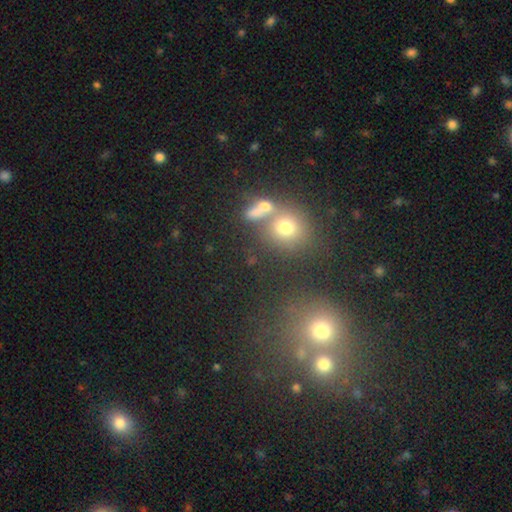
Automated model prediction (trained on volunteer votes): Smooth or featured: smooth — 56% (star or artifact — 32%)
How rounded: round — 76% (in between — 22%)
Merging: none — 59% (merger — 27%)